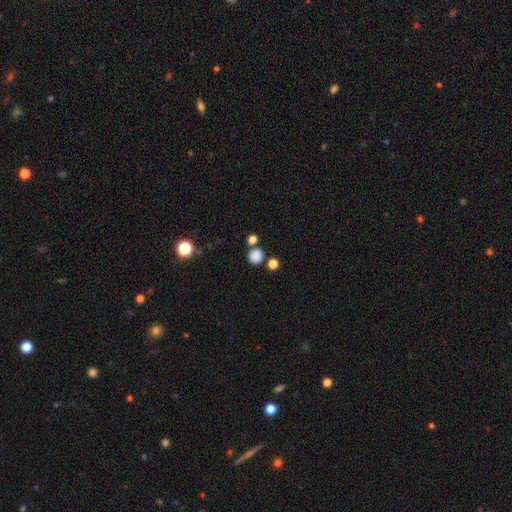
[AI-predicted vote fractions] smooth-or-featured: smooth: 83% | star or artifact: 13% | featured or disk: 4%
  how-rounded: round: 90% | in between: 9% | cigar-shaped: 1%
  merging: none: 74% | merger: 15% | minor disturbance: 8% | major disturbance: 3%